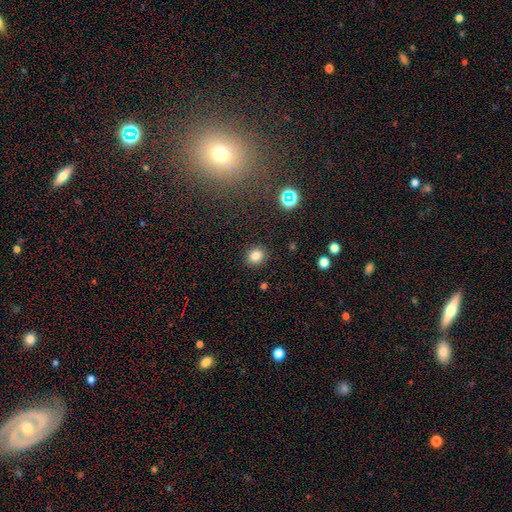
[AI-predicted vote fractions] Smooth or featured? smooth (81%)
How rounded? round (73%)
Merging? none (89%)